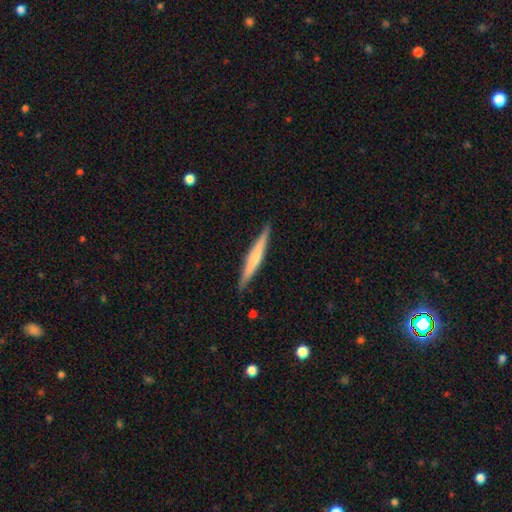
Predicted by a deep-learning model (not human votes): Q: Smooth or featured?
A: featured or disk (49%); runner-up: smooth (45%)
Q: Merging?
A: none (90%); runner-up: minor disturbance (7%)